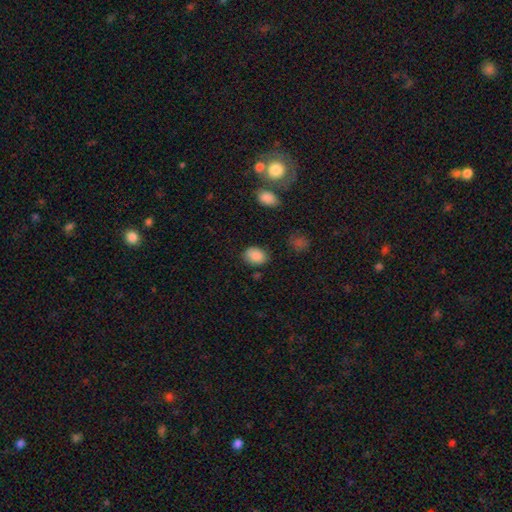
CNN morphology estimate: A smooth galaxy with no disk features (87%) that is in between round and cigar-shaped (68%).

Vote fractions:
- Smooth or featured? smooth: 87% / star or artifact: 8% / featured or disk: 5%
- How rounded? in between: 68% / round: 31% / cigar-shaped: 1%
- Merging? none: 78% / minor disturbance: 15% / major disturbance: 4% / merger: 3%